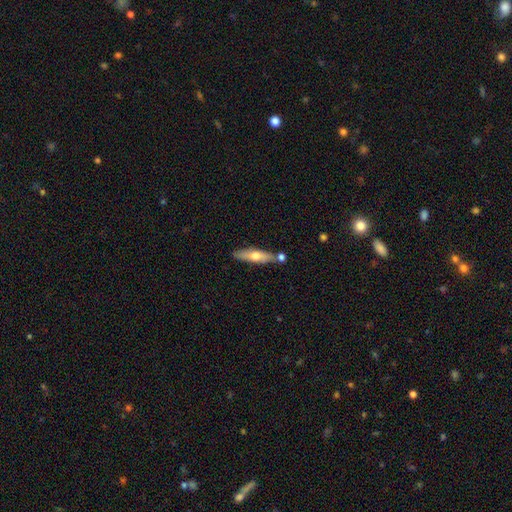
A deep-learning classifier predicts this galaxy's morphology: smooth_or_featured: smooth (p=0.54) [alt: featured or disk p=0.40]
how_rounded: cigar-shaped (p=0.70) [alt: in between p=0.28]
merging: none (p=0.73) [alt: minor disturbance p=0.13]